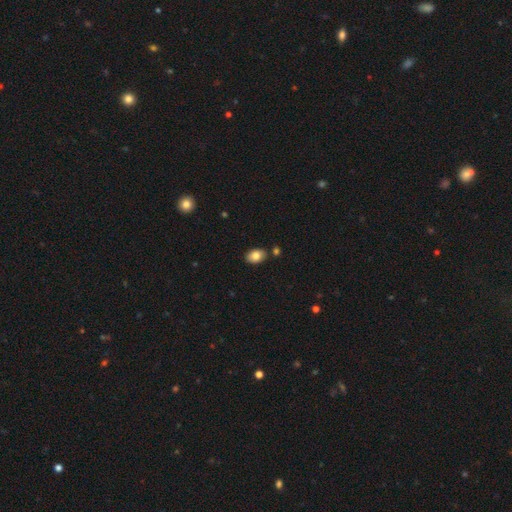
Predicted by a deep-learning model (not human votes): smooth-or-featured: smooth: 84% | featured or disk: 8% | star or artifact: 8%
  how-rounded: in between: 83% | round: 16% | cigar-shaped: 1%
  merging: none: 82% | minor disturbance: 10% | merger: 5% | major disturbance: 2%